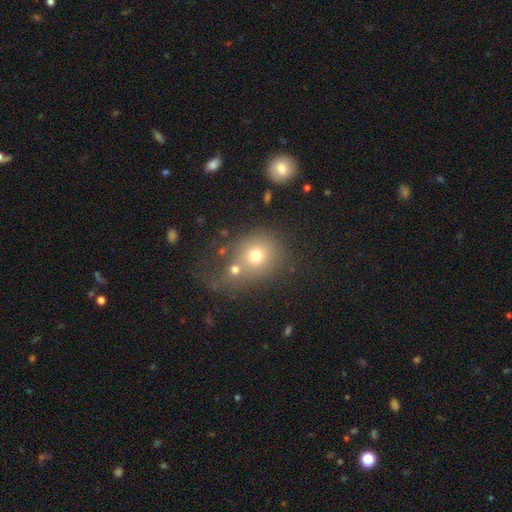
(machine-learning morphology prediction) Q: Smooth or featured?
A: smooth (68%); runner-up: featured or disk (16%)
Q: How rounded?
A: round (76%); runner-up: in between (23%)
Q: Merging?
A: none (47%); runner-up: merger (33%)